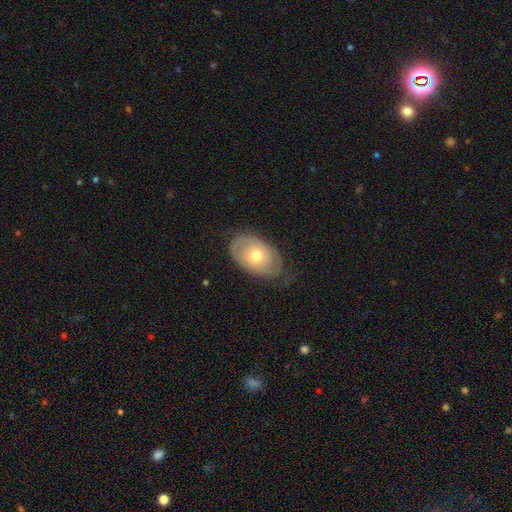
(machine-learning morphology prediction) Overall: featured or disk (48%; smooth 45%). Merging: none (61%; minor disturbance 27%).